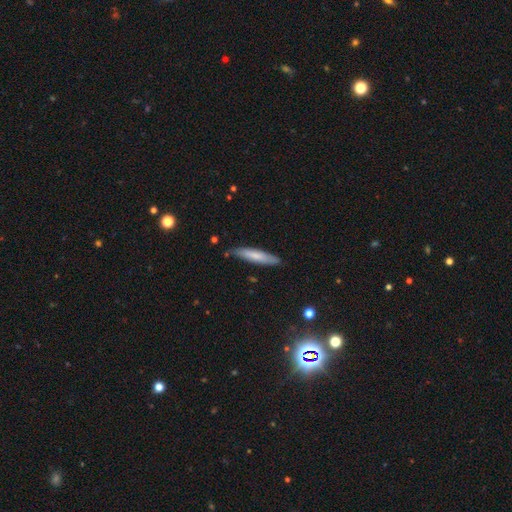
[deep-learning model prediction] The model was most divided on "smooth or featured": smooth: 70%, featured or disk: 24%, star or artifact: 5%. More confident: how rounded — cigar-shaped (87%); merging — none (81%).